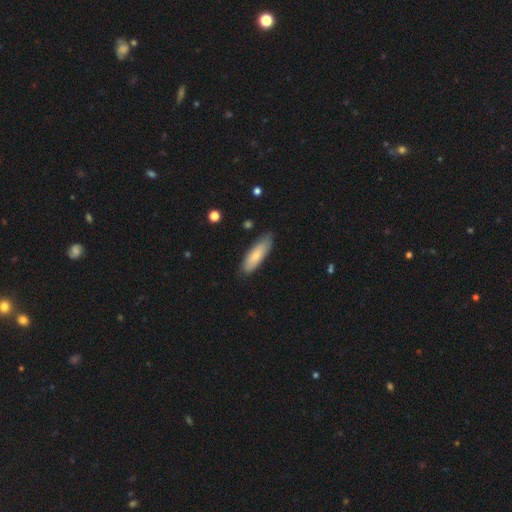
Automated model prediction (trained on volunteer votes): Smooth or featured?
  - smooth: 73% *
  - featured or disk: 21%
  - star or artifact: 6%
How rounded?
  - in between: 53% *
  - cigar-shaped: 45%
  - round: 2%
Merging?
  - none: 79% *
  - minor disturbance: 17%
  - major disturbance: 3%
  - merger: 1%